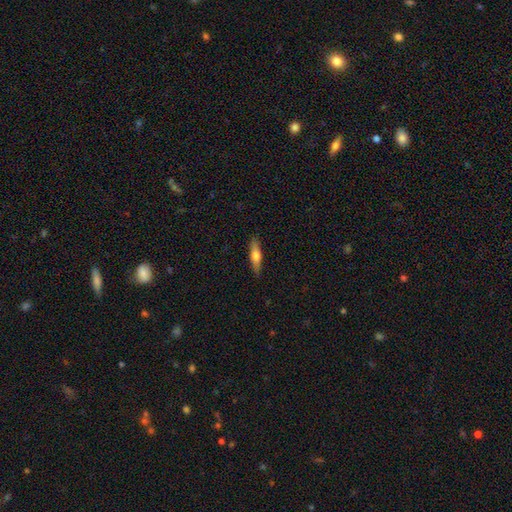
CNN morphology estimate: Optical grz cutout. It shows a smooth galaxy with no disk features (52%) that is cigar-shaped (76%). Merging: none (88%).